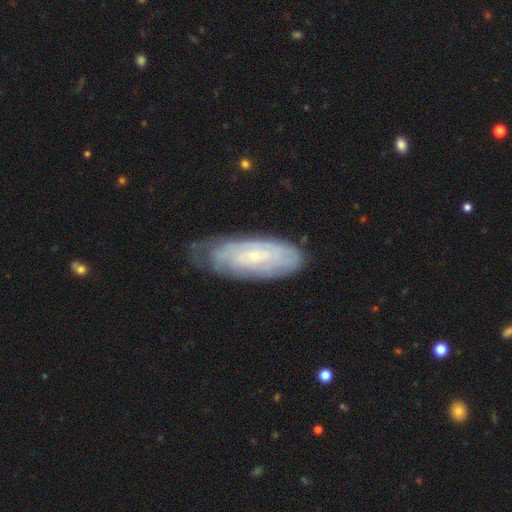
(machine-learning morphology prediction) featured or disk 66%, smooth 28%, star or artifact 6%. Down the decision tree: edge-on disk — no (88%); bar — no (66%); spiral arms — yes (83%); bulge size — small (78%); merging — none (63%).